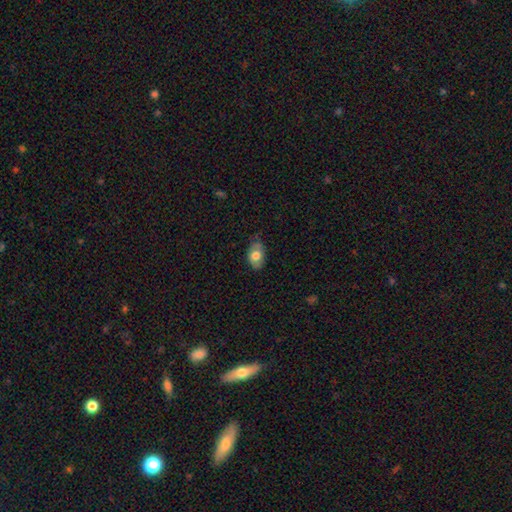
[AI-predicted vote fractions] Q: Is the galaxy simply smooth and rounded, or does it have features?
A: smooth — 74%.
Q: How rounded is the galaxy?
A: in between — 87%.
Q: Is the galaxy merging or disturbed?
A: none — 70%.